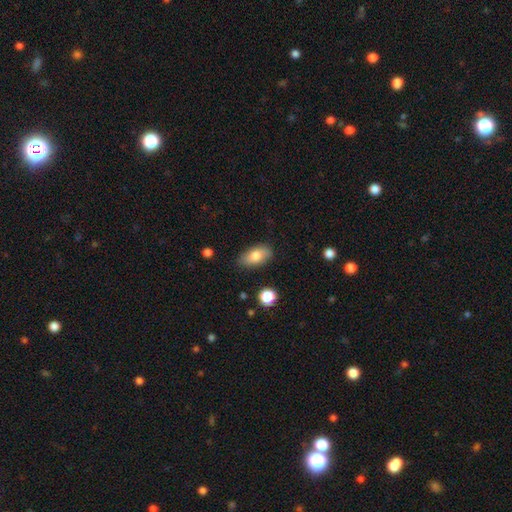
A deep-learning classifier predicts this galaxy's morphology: smooth 80%, featured or disk 12%, star or artifact 7%. Down the decision tree: how rounded — in between (90%); merging — none (81%).